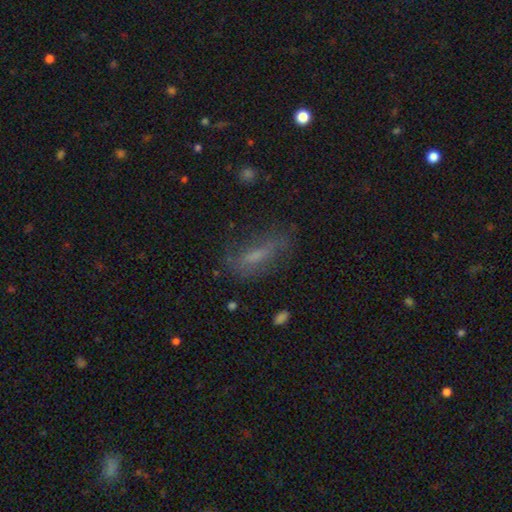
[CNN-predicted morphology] This is possibly a smooth galaxy (51%). How rounded: possibly cigar-shaped (50%). Merging: likely none (61%).